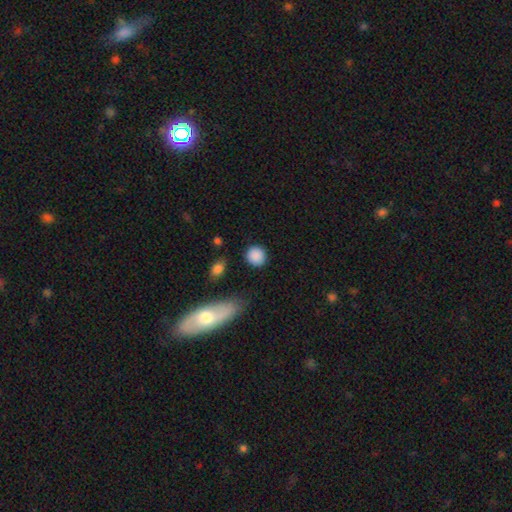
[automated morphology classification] smooth_or_featured: smooth (p=0.88) [alt: star or artifact p=0.08]
how_rounded: round (p=0.89) [alt: in between p=0.10]
merging: none (p=0.87) [alt: minor disturbance p=0.08]